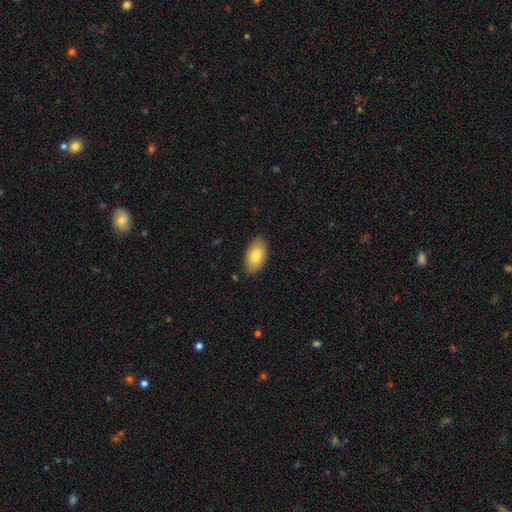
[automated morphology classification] smooth_or_featured: smooth (p=0.81) [alt: featured or disk p=0.13]
how_rounded: in between (p=0.94) [alt: round p=0.04]
merging: none (p=0.85) [alt: minor disturbance p=0.12]